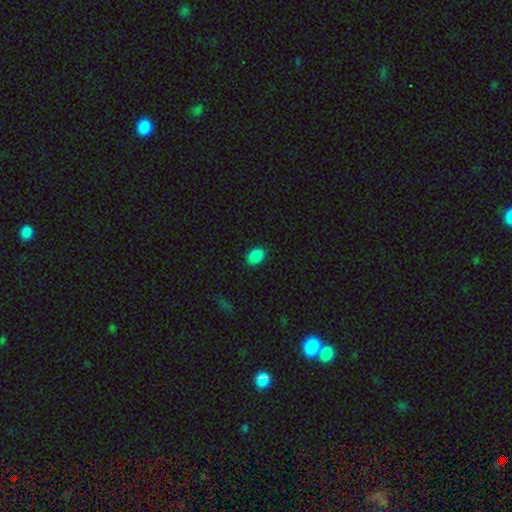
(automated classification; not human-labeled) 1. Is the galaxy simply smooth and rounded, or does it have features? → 87% smooth, 10% star or artifact, 3% featured or disk.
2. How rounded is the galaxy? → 73% in between, 26% round, 1% cigar-shaped.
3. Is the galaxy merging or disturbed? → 88% none, 9% minor disturbance, 2% major disturbance, 1% merger.